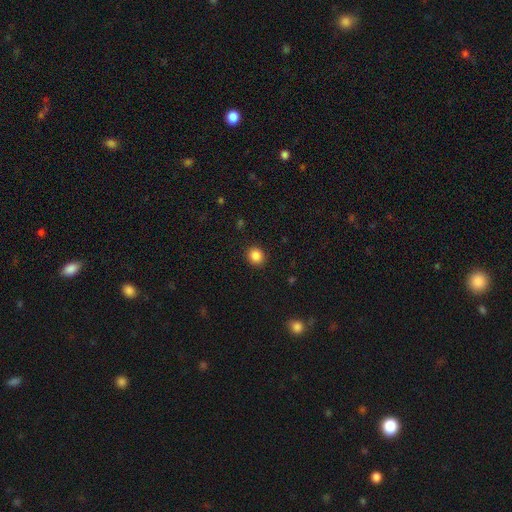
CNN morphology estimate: This appears to be a smooth galaxy with no disk features (87%) that is round (83%). Merging: none (91%).